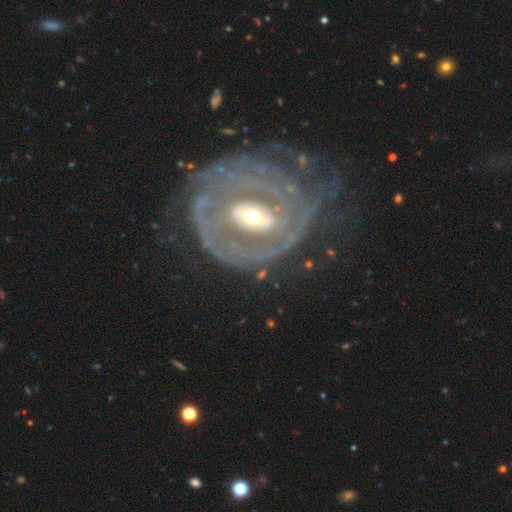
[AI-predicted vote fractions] smooth-or-featured: featured or disk: 85% | smooth: 9% | star or artifact: 6%
  disk-edge-on: no: 96% | yes: 4%
    bar: no: 41% | weak: 34% | strong: 24%
    has-spiral-arms: yes: 78% | no: 22%
      spiral-winding: tight: 72% | medium: 20% | loose: 9%
      spiral-arm-count: can't tell: 45% | 2: 20% | 3: 11% | 4: 8% | 1: 8% | more than 4: 7%
    bulge-size: moderate: 48% | small: 44% | large: 6% | dominant: 1% | none: 1%
  merging: none: 57% | minor disturbance: 20% | major disturbance: 20% | merger: 3%